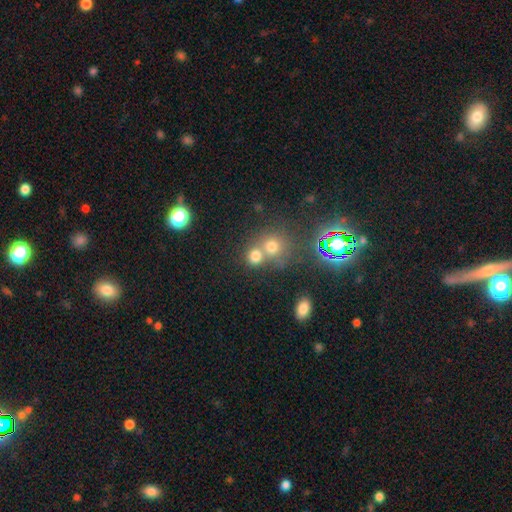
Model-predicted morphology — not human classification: smooth 71%, star or artifact 21%, featured or disk 9%. Down the decision tree: how rounded — round (82%); merging — none (48%).